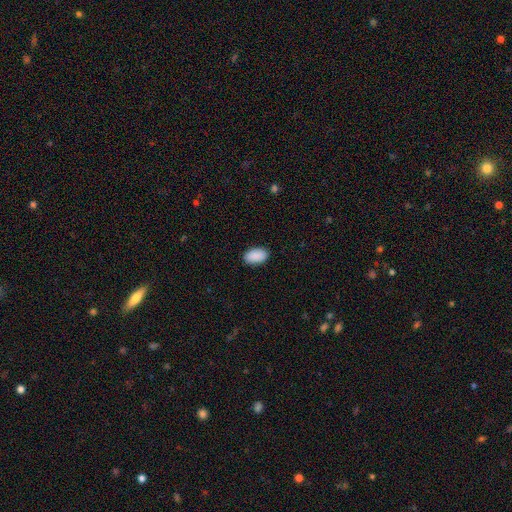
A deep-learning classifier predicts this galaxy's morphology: A smooth galaxy with no disk features (91%) that is in between round and cigar-shaped (94%). Merging: none (89%).